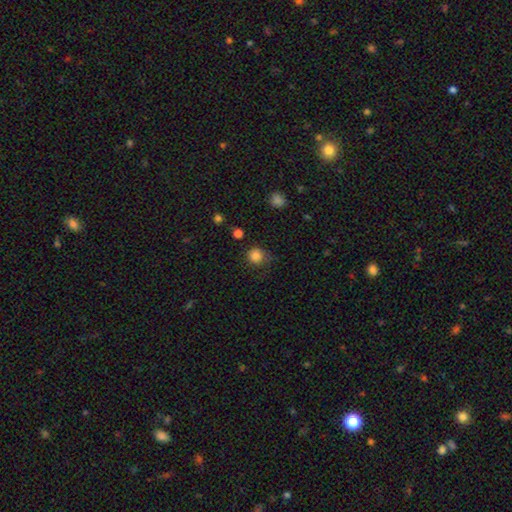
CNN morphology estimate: Q: Smooth or featured?
A: smooth (84%); runner-up: star or artifact (12%)
Q: How rounded?
A: round (91%); runner-up: in between (8%)
Q: Merging?
A: none (72%); runner-up: minor disturbance (19%)